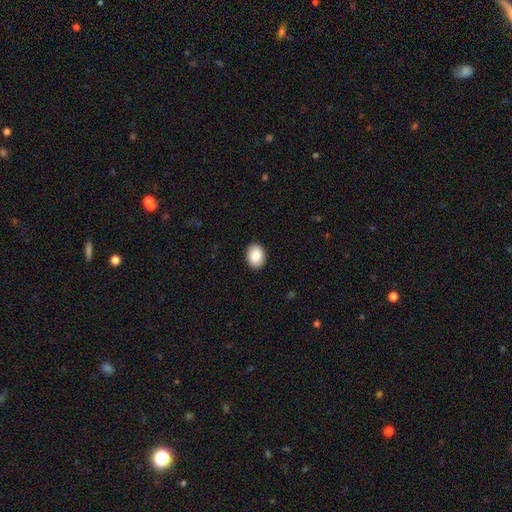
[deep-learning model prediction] A smooth galaxy with no disk features (87%) that is in between round and cigar-shaped (68%).

Vote fractions:
- Smooth or featured? smooth: 87% / star or artifact: 7% / featured or disk: 6%
- How rounded? in between: 68% / round: 31% / cigar-shaped: 1%
- Merging? none: 91% / minor disturbance: 6% / major disturbance: 2% / merger: 1%